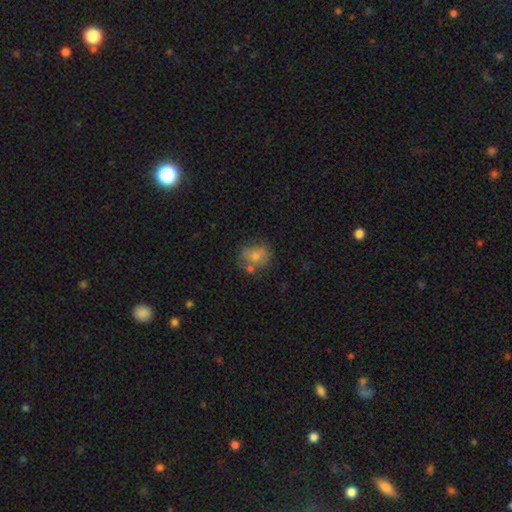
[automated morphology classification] Smooth or featured: smooth — 68% (featured or disk — 19%)
How rounded: round — 62% (in between — 37%)
Merging: none — 60% (minor disturbance — 19%)